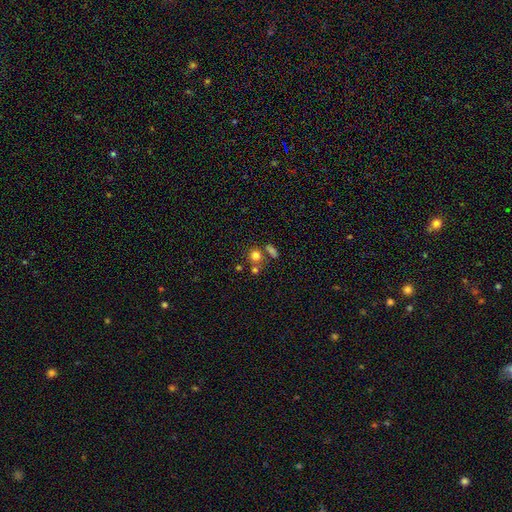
Smooth or featured?
  - smooth: 72% *
  - featured or disk: 18%
  - star or artifact: 10%
How rounded?
  - round: 96% *
  - cigar-shaped: 4%
  - in between: 0%
Merging?
  - none: 57% *
  - merger: 29%
  - minor disturbance: 9%
  - major disturbance: 6%